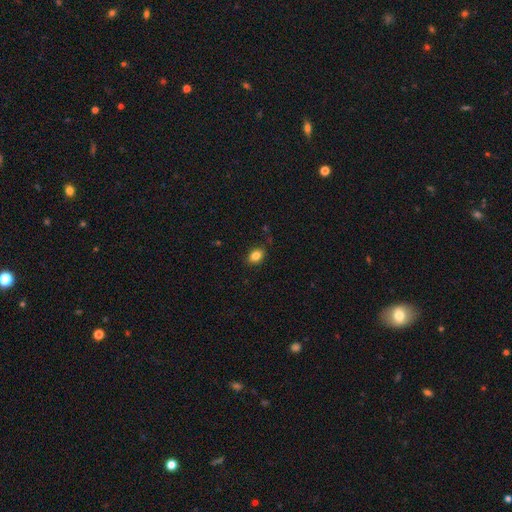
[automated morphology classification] Q: Smooth or featured?
A: smooth (84%); runner-up: star or artifact (10%)
Q: How rounded?
A: in between (74%); runner-up: round (25%)
Q: Merging?
A: none (84%); runner-up: minor disturbance (12%)